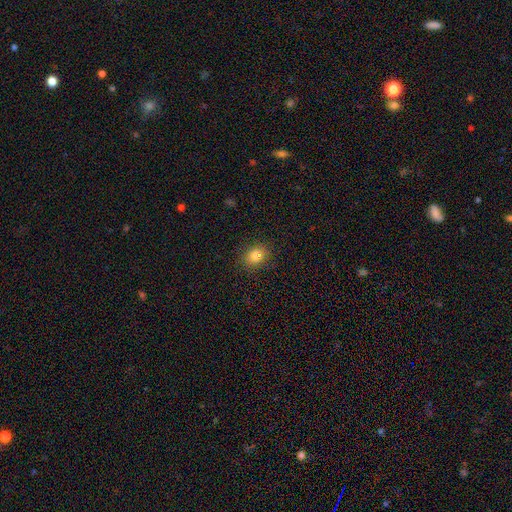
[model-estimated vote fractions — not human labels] Overall: smooth (80%). How rounded: round (53%; in between 46%). Merging: none (81%).